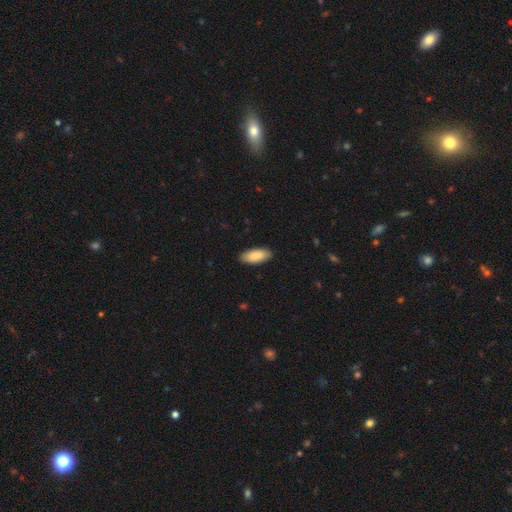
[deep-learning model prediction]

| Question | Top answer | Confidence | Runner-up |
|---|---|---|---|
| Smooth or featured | smooth | 90% | featured or disk (5%) |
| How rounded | in between | 86% | cigar-shaped (12%) |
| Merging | none | 89% | minor disturbance (9%) |